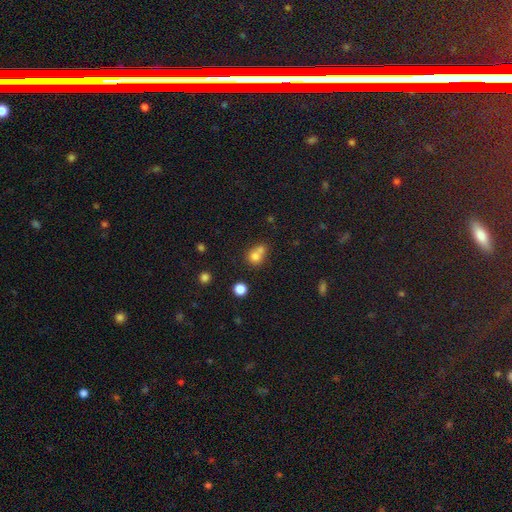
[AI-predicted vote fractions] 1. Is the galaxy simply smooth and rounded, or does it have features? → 75% smooth, 13% star or artifact, 12% featured or disk.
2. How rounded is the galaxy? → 74% round, 25% in between, 1% cigar-shaped.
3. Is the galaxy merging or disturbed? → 56% merger, 33% none, 8% minor disturbance, 4% major disturbance.